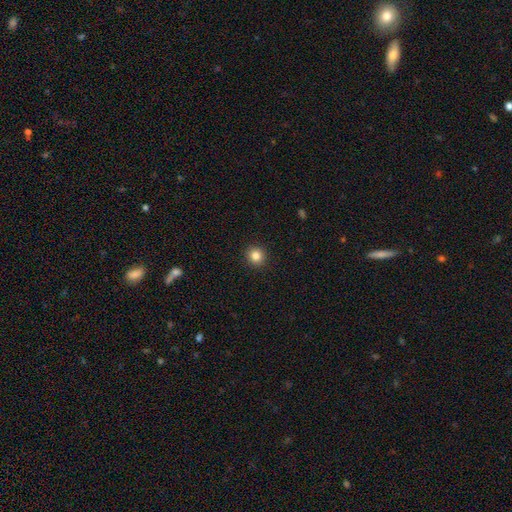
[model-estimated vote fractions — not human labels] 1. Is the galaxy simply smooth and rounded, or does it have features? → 84% smooth, 11% star or artifact, 5% featured or disk.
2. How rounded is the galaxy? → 92% round, 7% in between, 1% cigar-shaped.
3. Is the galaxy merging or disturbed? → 93% none, 5% minor disturbance, 2% major disturbance, 1% merger.